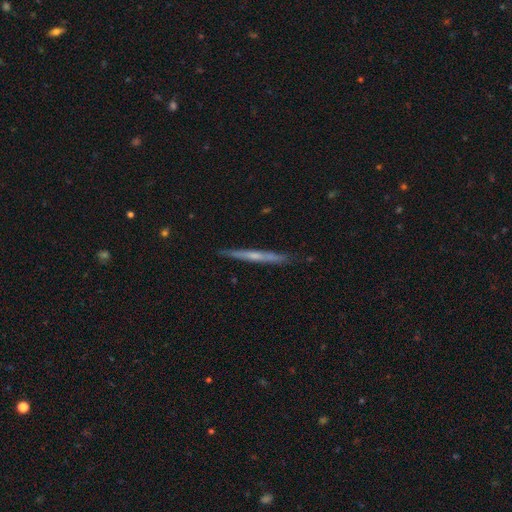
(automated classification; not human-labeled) This appears to be a featured or disk galaxy (58%) viewed edge-on (97%) with no central bulge (59%). Merging: none (88%).